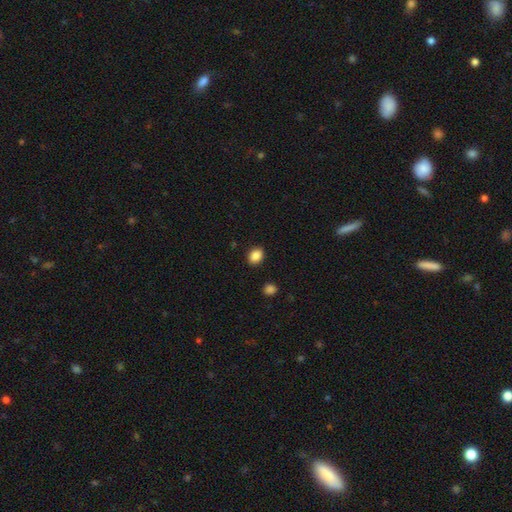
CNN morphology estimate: type=smooth (88%); roundness=in between (55%); merging=none (89%).